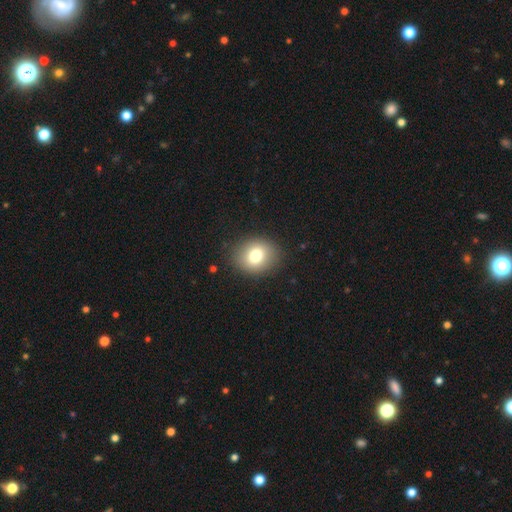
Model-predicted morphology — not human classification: type=smooth (77%); roundness=round (61%); merging=none (88%).